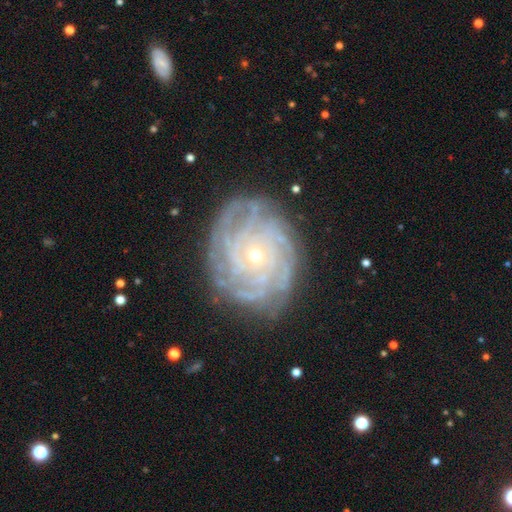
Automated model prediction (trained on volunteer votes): This is clearly a featured or disk galaxy (87%). It is clearly not viewed edge-on (97%). Bar: likely no (80%). Spiral arm pattern: clearly yes (96%). Spiral arm count: marginally can't tell (27%). Spiral winding: likely tight (80%). Central bulge: likely small (72%). Merging: likely none (79%).